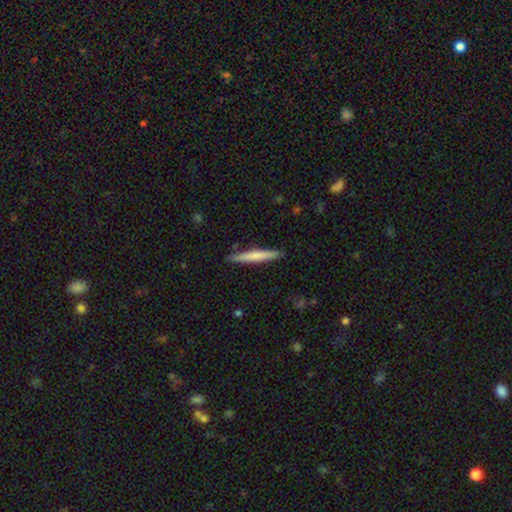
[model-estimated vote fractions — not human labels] Smooth or featured? Predicted: smooth (p=0.65). How rounded? Predicted: cigar-shaped (p=0.96). Merging? Predicted: none (p=0.89).